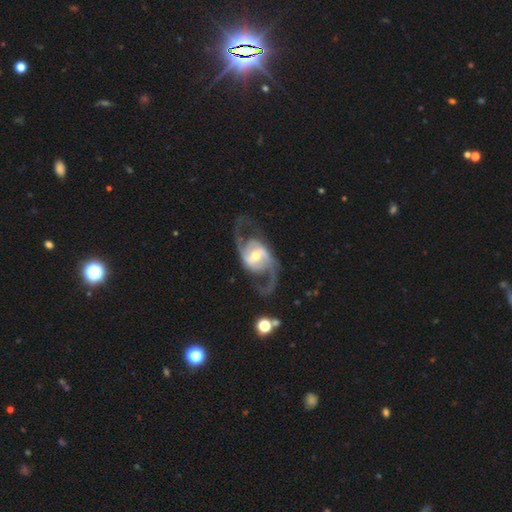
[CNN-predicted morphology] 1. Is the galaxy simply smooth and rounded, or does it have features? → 91% featured or disk, 5% smooth, 4% star or artifact.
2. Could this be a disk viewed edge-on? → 97% no, 3% yes.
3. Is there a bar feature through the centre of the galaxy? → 43% weak, 31% strong, 27% no.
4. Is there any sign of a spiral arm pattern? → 96% yes, 4% no.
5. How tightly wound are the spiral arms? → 46% medium, 43% loose, 11% tight.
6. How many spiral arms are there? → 92% 2, 2% can't tell, 2% 3, 1% 1, 1% 4, 1% more than 4.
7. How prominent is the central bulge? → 62% moderate, 29% small, 7% large, 1% dominant, 1% none.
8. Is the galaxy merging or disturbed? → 73% none, 13% minor disturbance, 12% major disturbance, 2% merger.